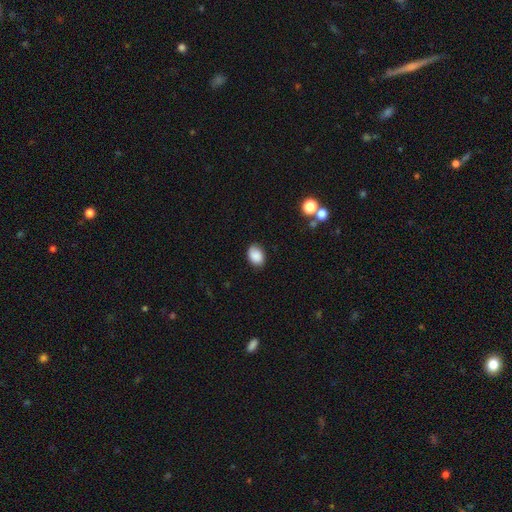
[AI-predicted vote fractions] A smooth galaxy with no disk features (88%) that is in between round and cigar-shaped (77%). Merging: none (82%).